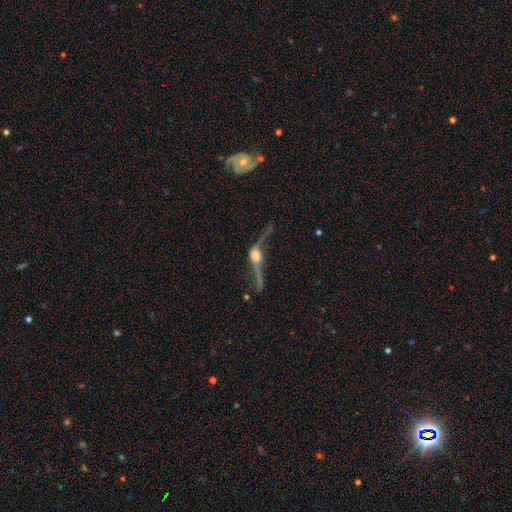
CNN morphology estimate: Q: Smooth or featured?
A: featured or disk (69%); runner-up: smooth (19%)
Q: Edge-on disk?
A: yes (64%); runner-up: no (36%)
Q: Merging?
A: none (37%); runner-up: major disturbance (35%)